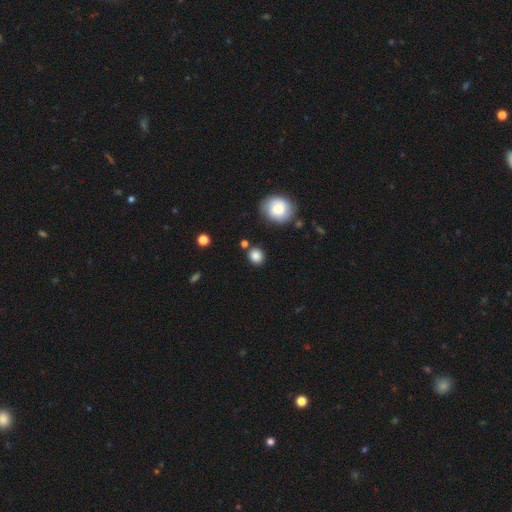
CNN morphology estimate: This is clearly a smooth galaxy (84%). How rounded: clearly round (80%). Merging: clearly none (83%).